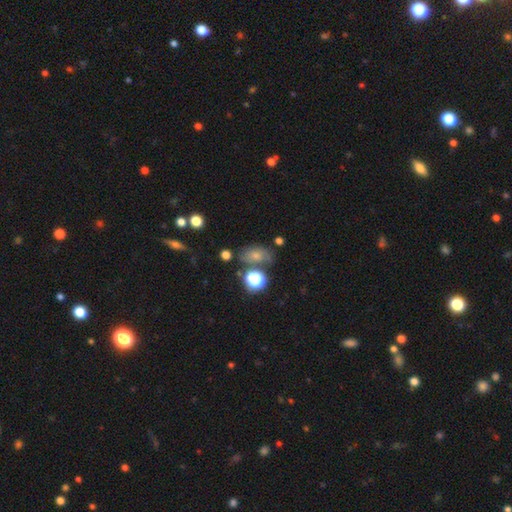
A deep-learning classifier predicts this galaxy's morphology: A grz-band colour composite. It shows a smooth galaxy with no disk features (63%) that is in between round and cigar-shaped (77%). Merging: none (59%).